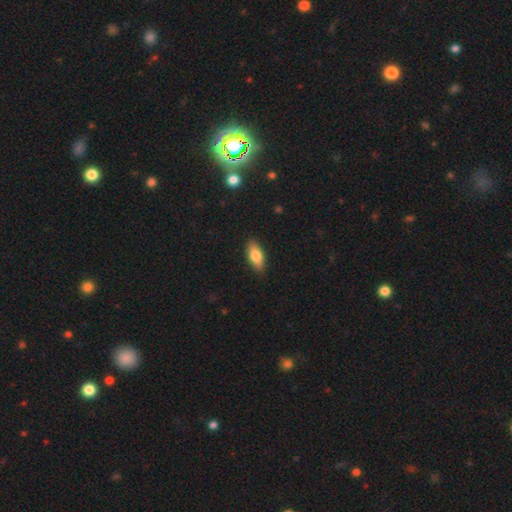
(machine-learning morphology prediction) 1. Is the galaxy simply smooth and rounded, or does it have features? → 78% smooth, 16% featured or disk, 6% star or artifact.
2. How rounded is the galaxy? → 81% in between, 16% cigar-shaped, 3% round.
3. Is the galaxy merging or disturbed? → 88% none, 9% minor disturbance, 2% major disturbance, 1% merger.